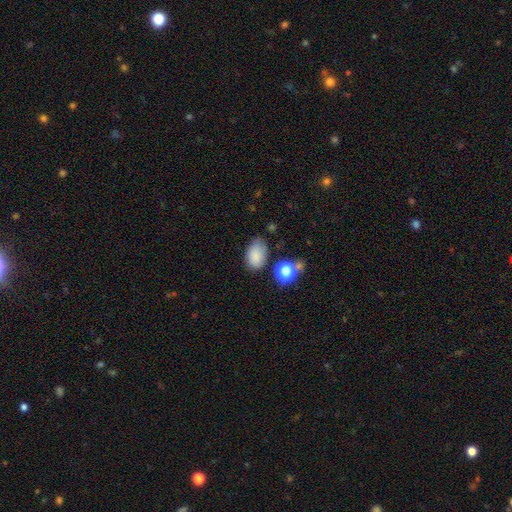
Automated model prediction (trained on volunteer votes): This is clearly a smooth galaxy (82%). How rounded: clearly in between (86%). Merging: likely none (65%).